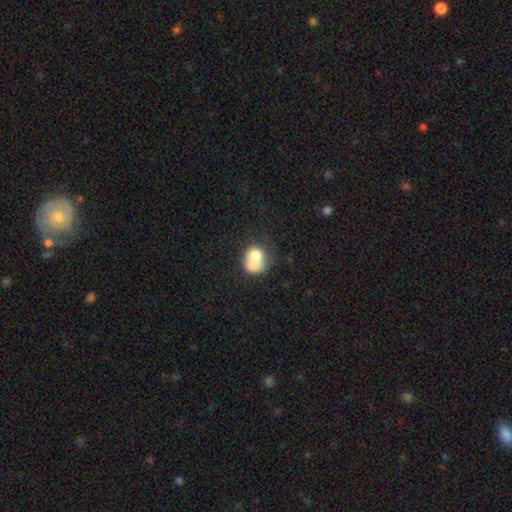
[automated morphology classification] Q: Smooth or featured?
A: smooth (68%); runner-up: featured or disk (23%)
Q: How rounded?
A: round (62%); runner-up: in between (37%)
Q: Merging?
A: merger (53%); runner-up: none (25%)